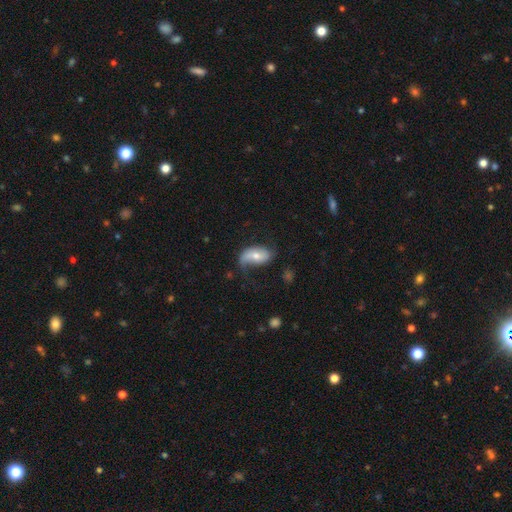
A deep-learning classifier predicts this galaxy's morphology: Smooth or featured: smooth — 47% (featured or disk — 45%)
Merging: none — 44% (minor disturbance — 32%)